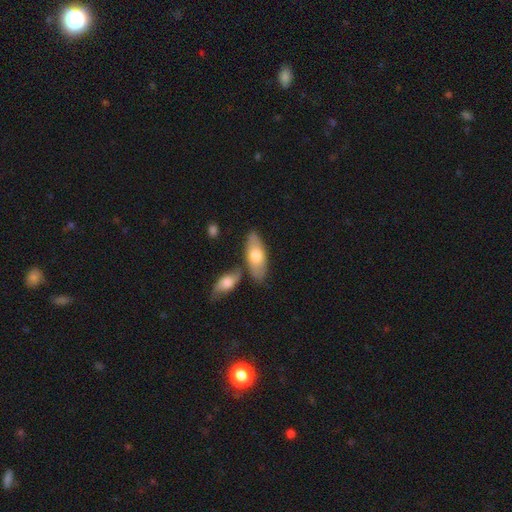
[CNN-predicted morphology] smooth-or-featured: smooth: 65% | featured or disk: 30% | star or artifact: 5%
  how-rounded: in between: 80% | cigar-shaped: 17% | round: 3%
  merging: none: 72% | merger: 13% | minor disturbance: 11% | major disturbance: 3%